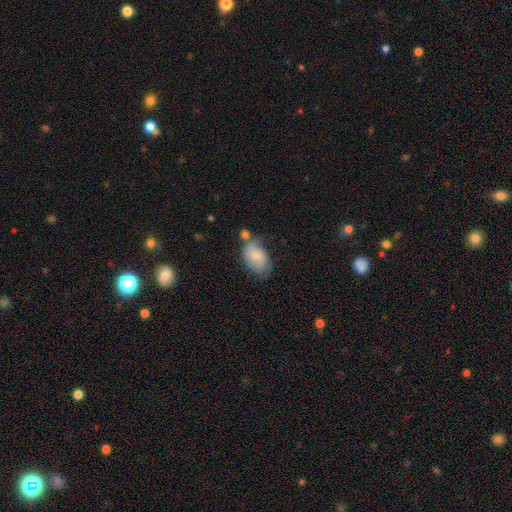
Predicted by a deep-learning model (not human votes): A smooth galaxy with no disk features (70%) that is in between round and cigar-shaped (87%).

Vote fractions:
- Smooth or featured? smooth: 70% / featured or disk: 23% / star or artifact: 7%
- How rounded? in between: 87% / round: 12% / cigar-shaped: 1%
- Merging? none: 41% / minor disturbance: 29% / merger: 19% / major disturbance: 11%